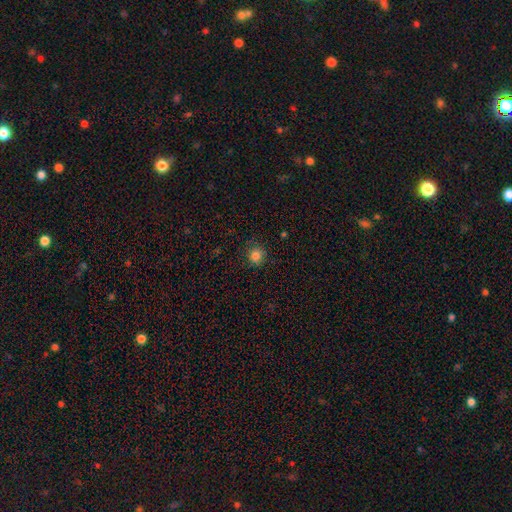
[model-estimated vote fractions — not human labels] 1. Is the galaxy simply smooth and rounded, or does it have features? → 83% smooth, 13% star or artifact, 4% featured or disk.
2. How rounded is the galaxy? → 92% round, 7% in between, 1% cigar-shaped.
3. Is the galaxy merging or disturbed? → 88% none, 9% minor disturbance, 2% major disturbance, 1% merger.